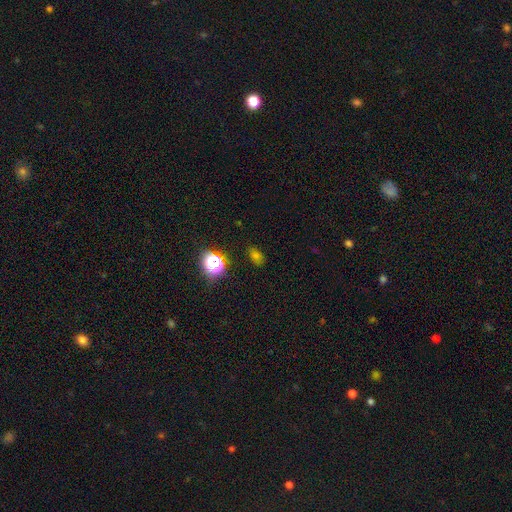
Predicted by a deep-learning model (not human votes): A smooth galaxy with no disk features (57%) that is in between round and cigar-shaped (66%). Merging: none (82%).